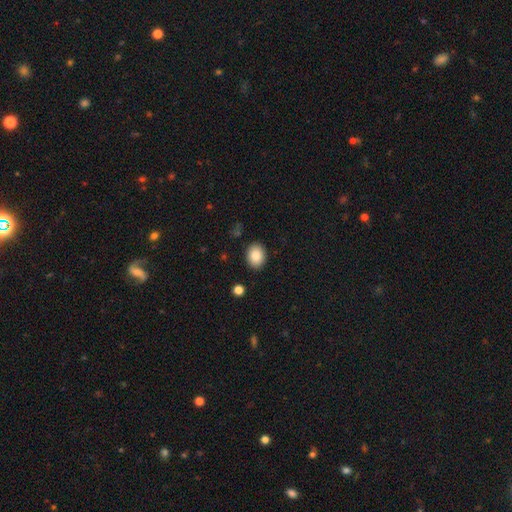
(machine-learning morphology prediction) The model was most divided on "how rounded": in between: 62%, round: 37%, cigar-shaped: 1%. More confident: merging — none (88%); smooth or featured — smooth (87%).